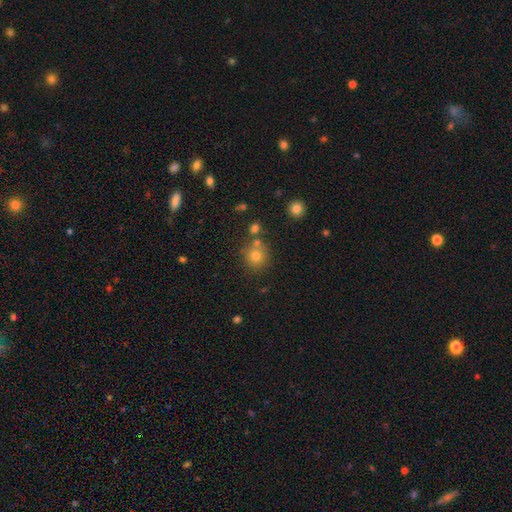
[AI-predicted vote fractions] Smooth or featured? smooth (75%)
How rounded? round (89%)
Merging? none (71%)